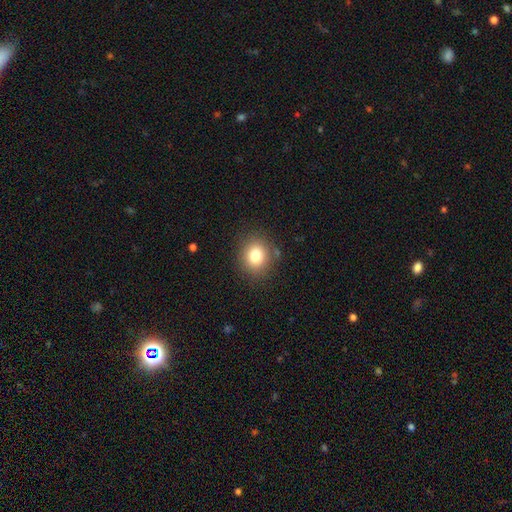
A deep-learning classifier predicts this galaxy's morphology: Smooth or featured?
  - smooth: 80% *
  - star or artifact: 12%
  - featured or disk: 9%
How rounded?
  - round: 73% *
  - in between: 26%
  - cigar-shaped: 1%
Merging?
  - none: 84% *
  - minor disturbance: 10%
  - major disturbance: 4%
  - merger: 2%